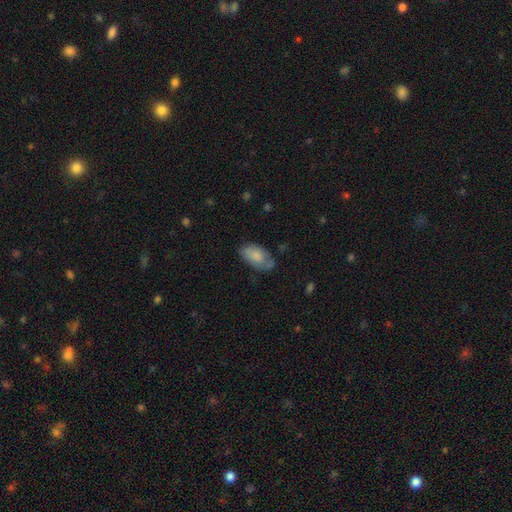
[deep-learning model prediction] Q: Smooth or featured?
A: smooth (74%); runner-up: featured or disk (19%)
Q: How rounded?
A: in between (94%); runner-up: round (4%)
Q: Merging?
A: none (62%); runner-up: minor disturbance (28%)